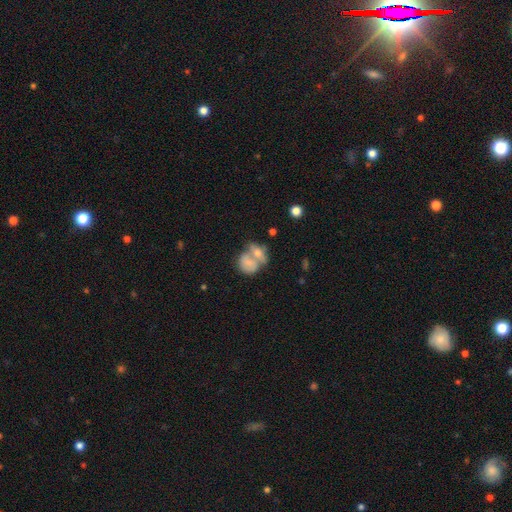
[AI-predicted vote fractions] The model was most divided on "how rounded": round: 51%, in between: 46%, cigar-shaped: 3%. More confident: merging — merger (64%); smooth or featured — smooth (57%).